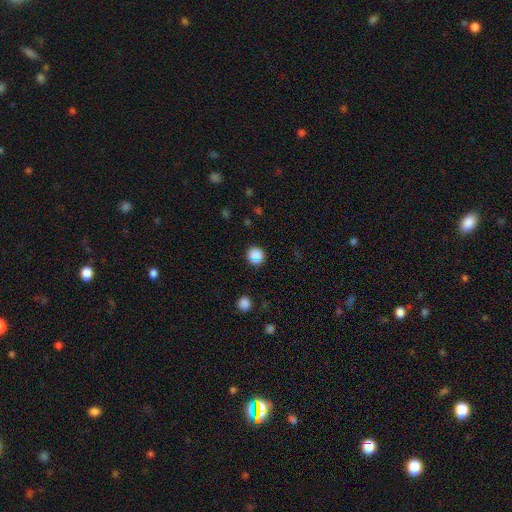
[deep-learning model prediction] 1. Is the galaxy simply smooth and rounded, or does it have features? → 78% smooth, 17% star or artifact, 5% featured or disk.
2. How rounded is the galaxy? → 91% round, 8% in between, 1% cigar-shaped.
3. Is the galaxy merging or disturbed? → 86% none, 9% minor disturbance, 3% major disturbance, 3% merger.